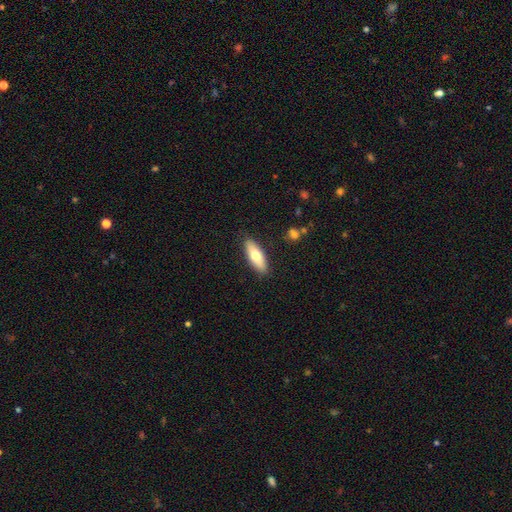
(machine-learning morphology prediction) A smooth galaxy with no disk features (67%) that is in between round and cigar-shaped (61%).

Vote fractions:
- Smooth or featured? smooth: 67% / featured or disk: 27% / star or artifact: 6%
- How rounded? in between: 61% / cigar-shaped: 37% / round: 2%
- Merging? none: 88% / minor disturbance: 9% / major disturbance: 2% / merger: 1%